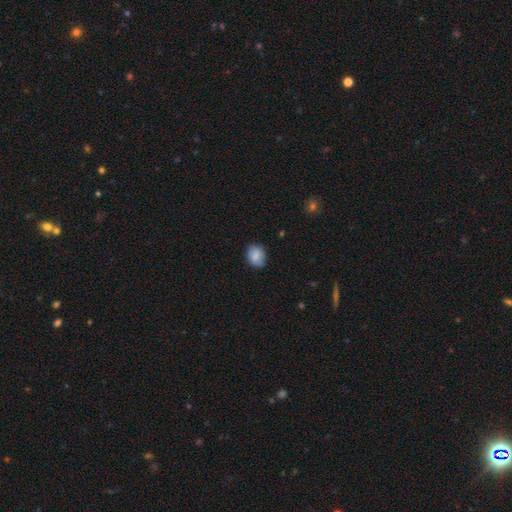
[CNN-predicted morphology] smooth 86%, star or artifact 8%, featured or disk 7%. Down the decision tree: how rounded — in between (54%); merging — none (83%).